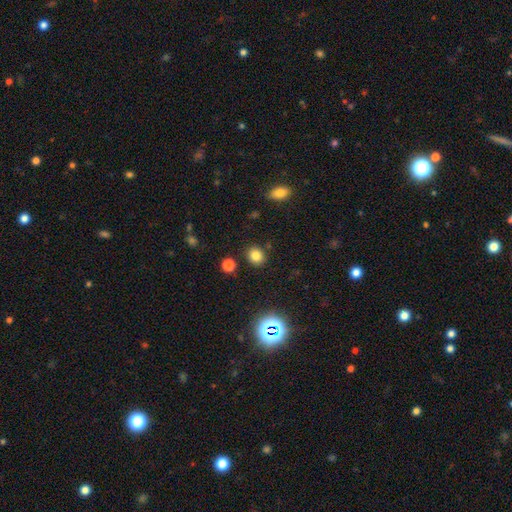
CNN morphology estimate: Q: Smooth or featured?
A: smooth (80%); runner-up: star or artifact (14%)
Q: How rounded?
A: round (74%); runner-up: in between (25%)
Q: Merging?
A: none (87%); runner-up: minor disturbance (7%)